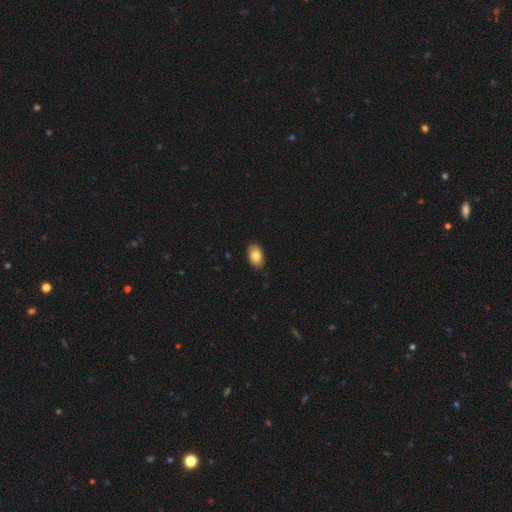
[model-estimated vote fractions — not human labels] Morphology: type=smooth (84%); roundness=in between (92%); merging=none (87%).